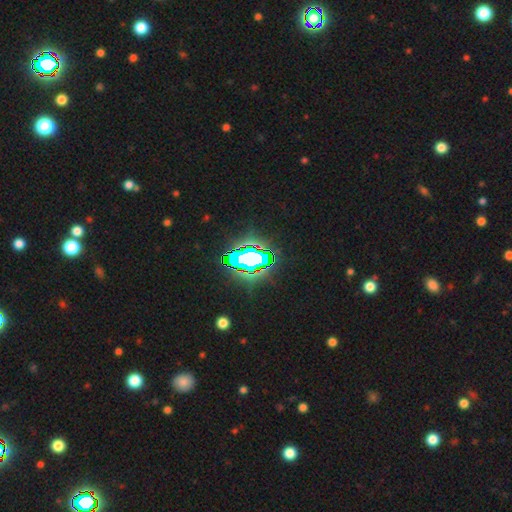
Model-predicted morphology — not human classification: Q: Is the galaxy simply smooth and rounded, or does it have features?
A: star or artifact — 76%.